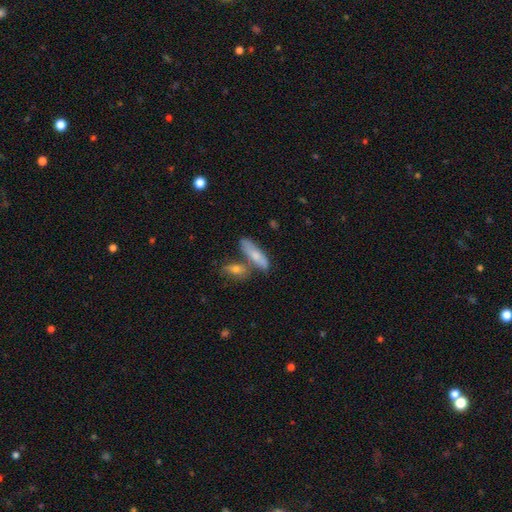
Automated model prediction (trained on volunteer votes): Smooth or featured: smooth — 68% (featured or disk — 25%)
How rounded: cigar-shaped — 53% (in between — 44%)
Merging: none — 51% (merger — 30%)